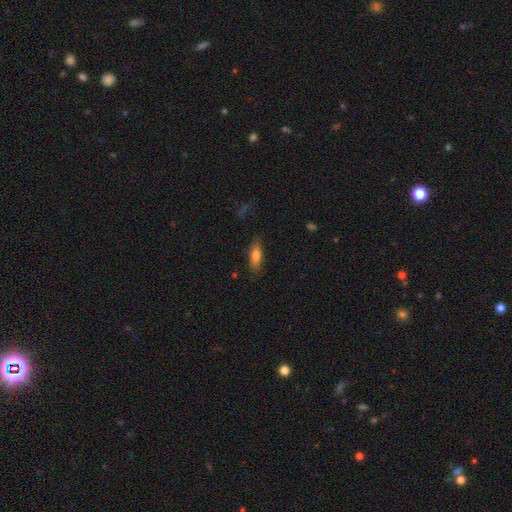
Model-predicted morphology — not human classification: Overall: smooth (78%). How rounded: in between (59%; cigar-shaped 39%). Merging: none (82%).